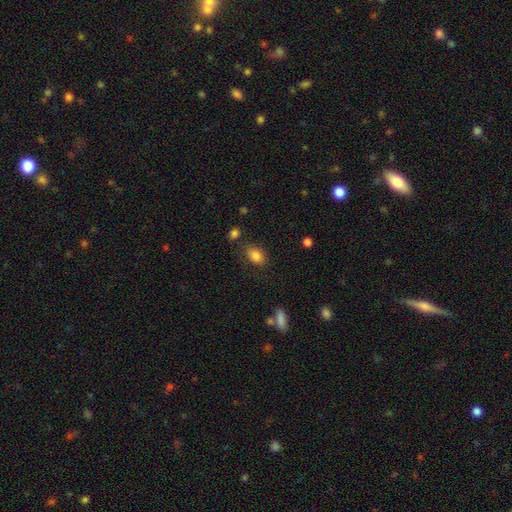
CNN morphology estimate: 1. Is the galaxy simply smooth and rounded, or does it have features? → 83% smooth, 9% star or artifact, 7% featured or disk.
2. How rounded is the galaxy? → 75% in between, 24% round, 1% cigar-shaped.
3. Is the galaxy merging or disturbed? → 77% none, 15% minor disturbance, 5% major disturbance, 4% merger.